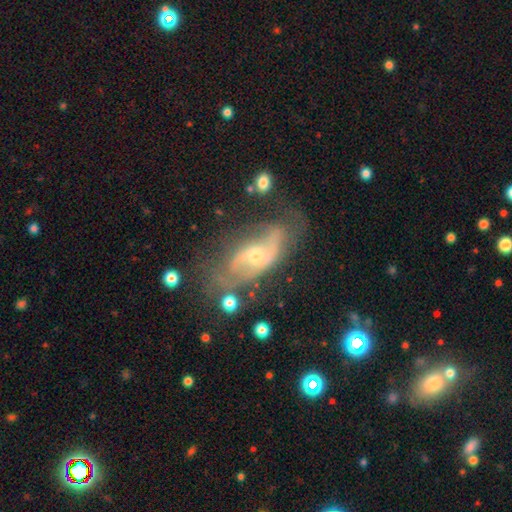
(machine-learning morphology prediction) This appears to be a featured or disk galaxy (76%) with no bar (60%), 2 (55%) medium (39%) spiral arms (79%) and a small central bulge (53%). Merging: none (56%).